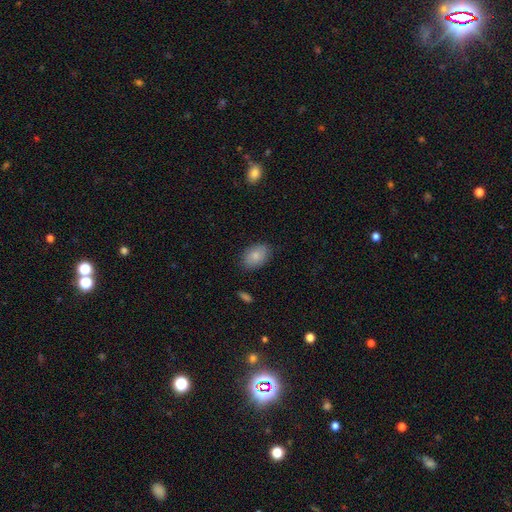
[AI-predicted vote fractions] A smooth galaxy with no disk features (84%) that is in between round and cigar-shaped (83%). Merging: none (83%).